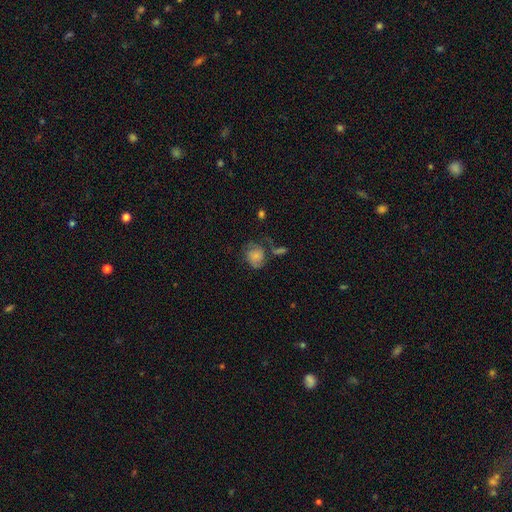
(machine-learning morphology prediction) A smooth galaxy with no disk features (60%) that is round (65%).

Vote fractions:
- Smooth or featured? smooth: 60% / featured or disk: 31% / star or artifact: 9%
- How rounded? round: 65% / in between: 34% / cigar-shaped: 1%
- Merging? none: 45% / minor disturbance: 25% / major disturbance: 18% / merger: 12%